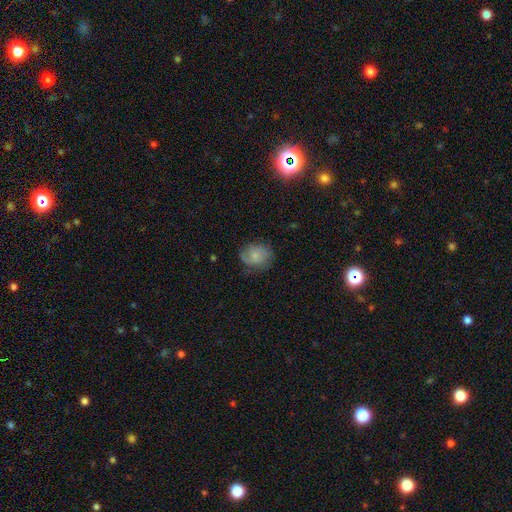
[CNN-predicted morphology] Smooth or featured?
  - smooth: 62% *
  - featured or disk: 30%
  - star or artifact: 8%
How rounded?
  - round: 59% *
  - in between: 40%
  - cigar-shaped: 1%
Merging?
  - none: 64% *
  - minor disturbance: 24%
  - major disturbance: 11%
  - merger: 1%